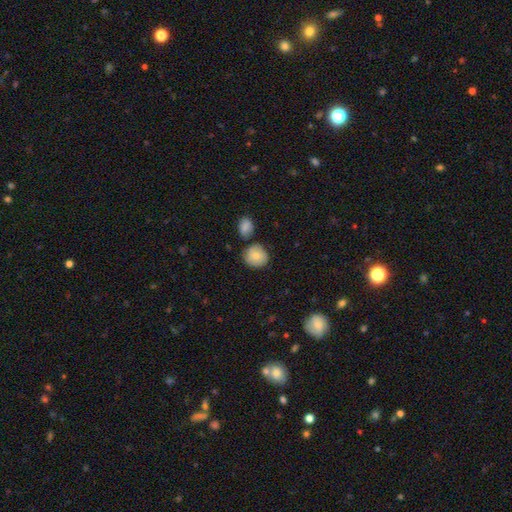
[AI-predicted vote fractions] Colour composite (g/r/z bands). It shows a smooth galaxy with no disk features (81%) that is round (81%). Merging: none (67%).